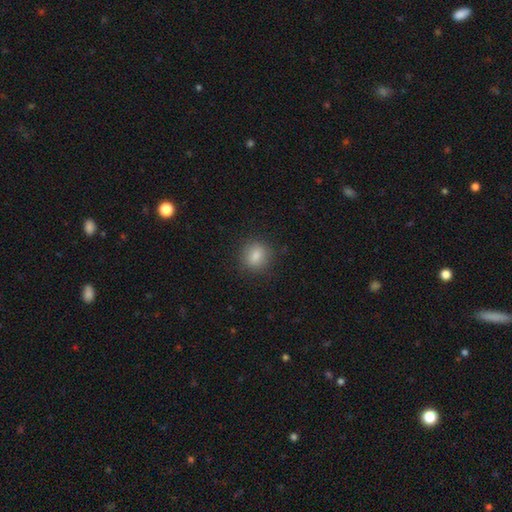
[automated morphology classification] The model was most divided on "how rounded": round: 73%, in between: 25%, cigar-shaped: 1%. More confident: merging — none (86%); smooth or featured — smooth (84%).